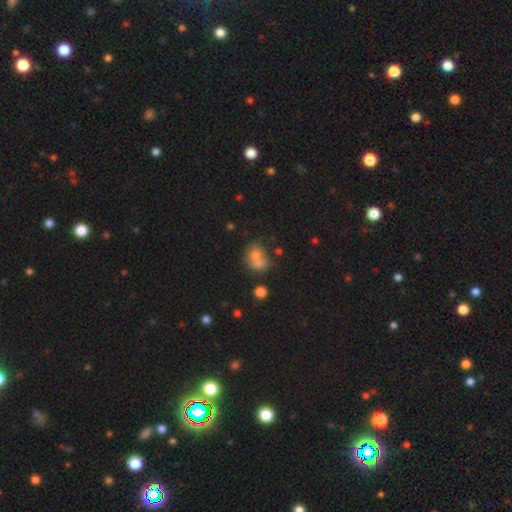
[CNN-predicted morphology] smooth_or_featured: smooth (p=0.68) [alt: featured or disk p=0.19]
how_rounded: round (p=0.60) [alt: in between p=0.39]
merging: merger (p=0.56) [alt: none p=0.30]